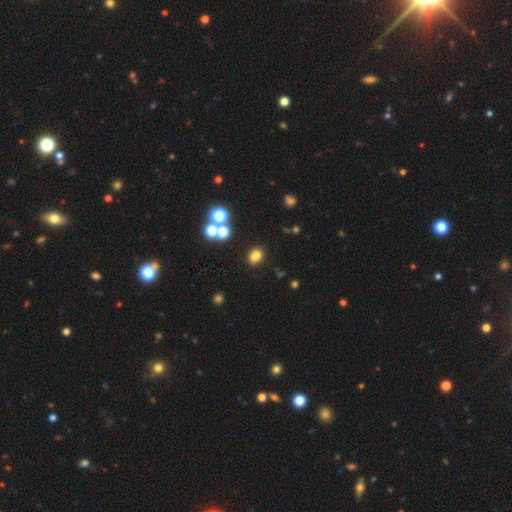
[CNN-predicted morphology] The model was most divided on "how rounded": in between: 61%, round: 38%, cigar-shaped: 1%. More confident: merging — none (82%); smooth or featured — smooth (78%).